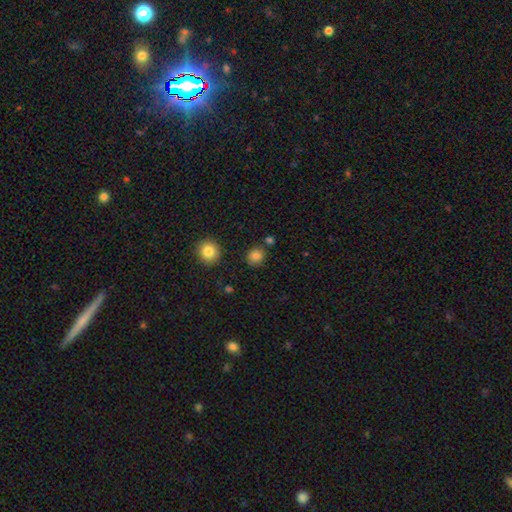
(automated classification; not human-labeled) smooth_or_featured: smooth (p=0.83) [alt: star or artifact p=0.12]
how_rounded: round (p=0.81) [alt: in between p=0.18]
merging: none (p=0.82) [alt: minor disturbance p=0.10]